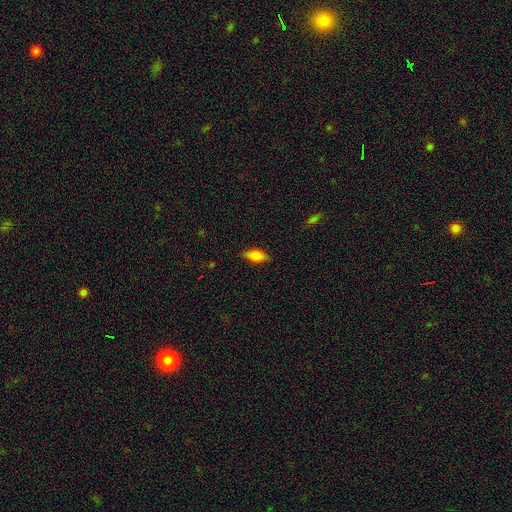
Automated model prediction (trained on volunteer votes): A smooth galaxy with no disk features (77%) that is in between round and cigar-shaped (83%). Merging: none (83%).